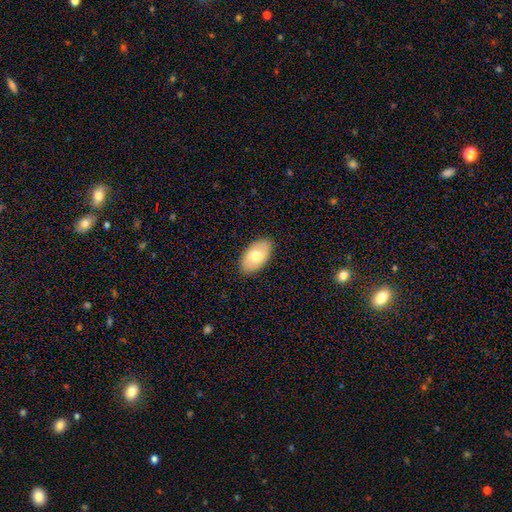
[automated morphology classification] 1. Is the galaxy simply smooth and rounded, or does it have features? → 68% smooth, 27% featured or disk, 6% star or artifact.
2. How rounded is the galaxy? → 94% in between, 5% round, 1% cigar-shaped.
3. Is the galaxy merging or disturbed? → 87% none, 10% minor disturbance, 2% major disturbance, 1% merger.